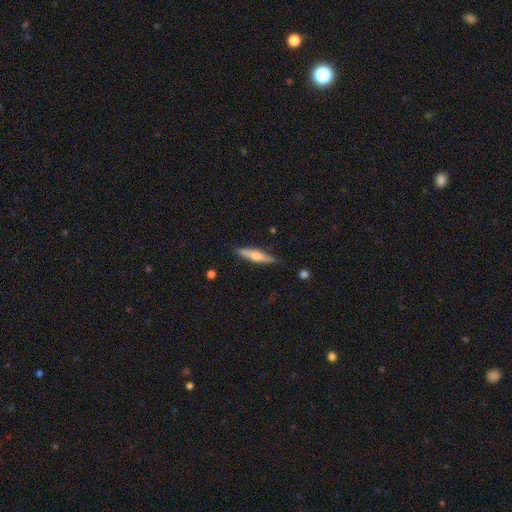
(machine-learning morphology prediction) Smooth or featured?
  - smooth: 52% *
  - featured or disk: 42%
  - star or artifact: 6%
How rounded?
  - cigar-shaped: 82% *
  - in between: 16%
  - round: 2%
Merging?
  - none: 86% *
  - minor disturbance: 10%
  - major disturbance: 2%
  - merger: 1%